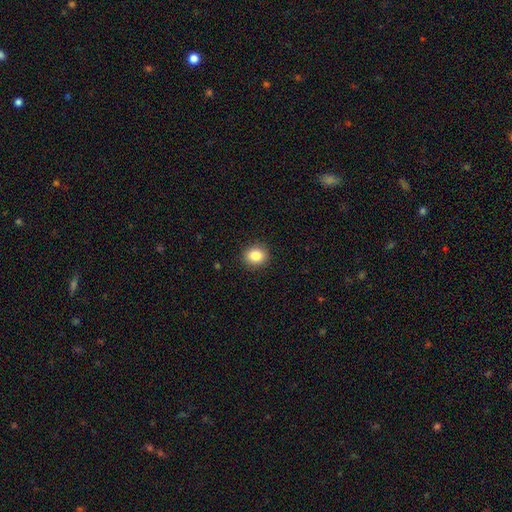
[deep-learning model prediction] A smooth galaxy with no disk features (85%) that is round (77%). Merging: none (91%).